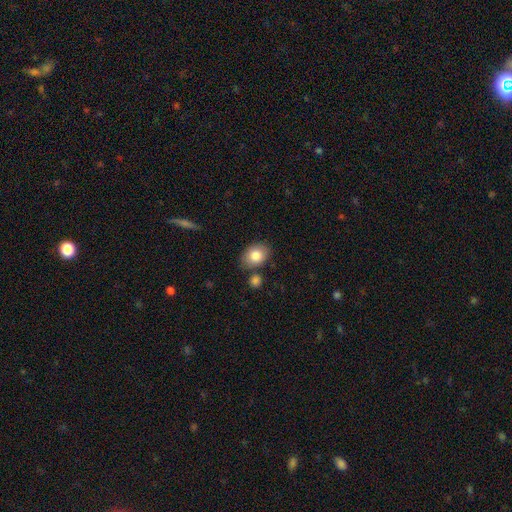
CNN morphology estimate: This appears to be a smooth galaxy with no disk features (82%) that is in between round and cigar-shaped (69%). Merging: none (73%).